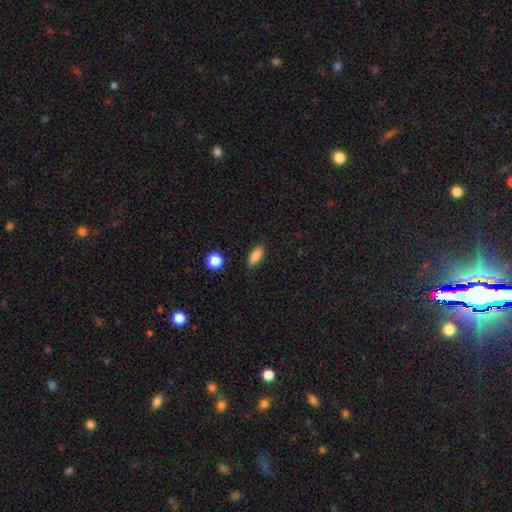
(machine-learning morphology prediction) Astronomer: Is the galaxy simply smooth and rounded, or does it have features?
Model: smooth — 86%.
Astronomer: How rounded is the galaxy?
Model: in between — 80%.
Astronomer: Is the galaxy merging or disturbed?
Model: none — 86%.